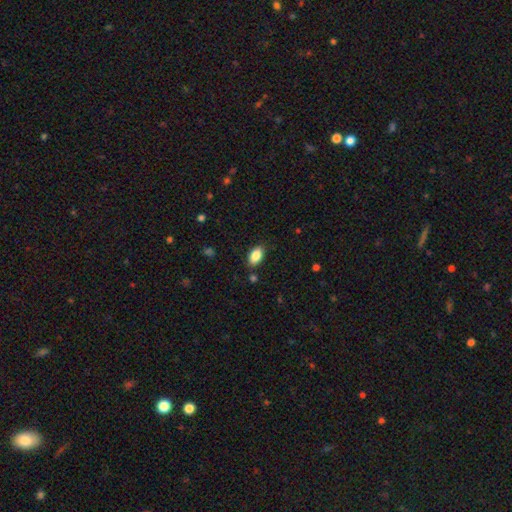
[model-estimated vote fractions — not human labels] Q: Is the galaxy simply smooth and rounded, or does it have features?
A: smooth — 86%.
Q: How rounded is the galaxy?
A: in between — 92%.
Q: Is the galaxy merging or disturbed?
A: none — 85%.